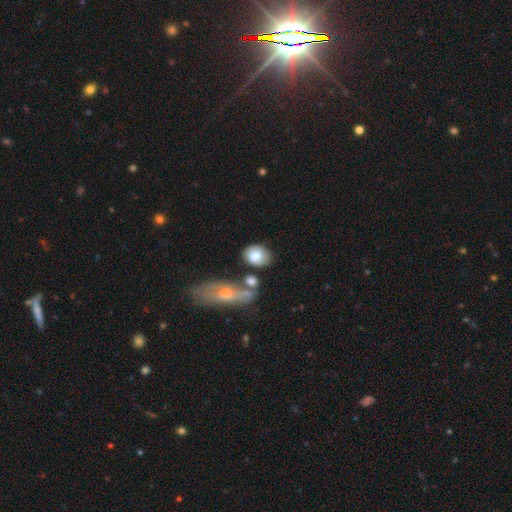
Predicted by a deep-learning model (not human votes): The model was most divided on "how rounded": in between: 56%, round: 42%, cigar-shaped: 2%. More confident: smooth or featured — smooth (72%); merging — none (61%).